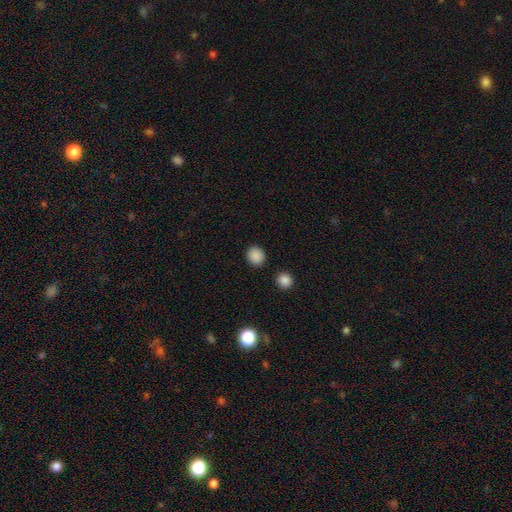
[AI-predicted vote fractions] Overall: smooth (87%). How rounded: round (81%). Merging: none (88%).